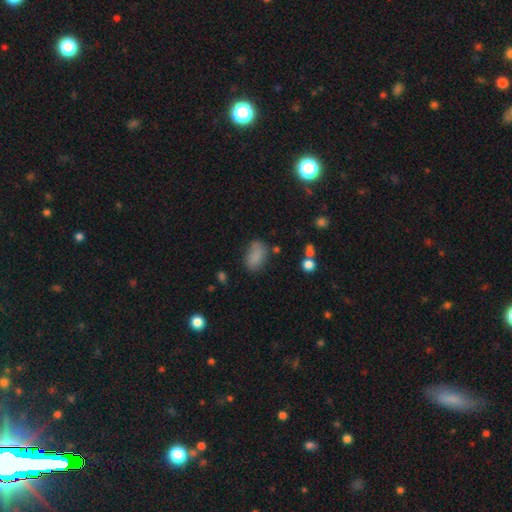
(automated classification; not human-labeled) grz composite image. It shows a smooth galaxy with no disk features (82%) that is in between round and cigar-shaped (89%). Merging: none (62%).